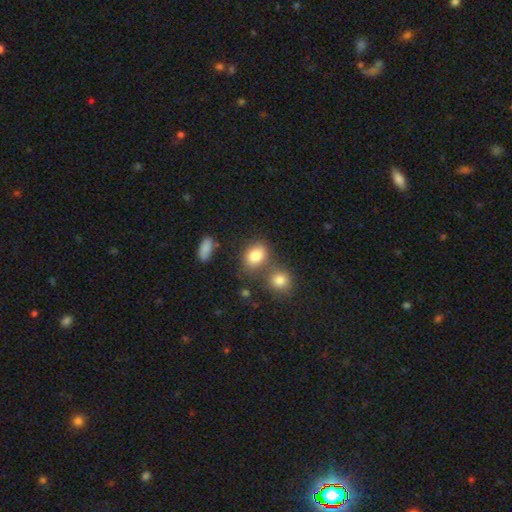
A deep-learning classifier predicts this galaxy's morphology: The model was most divided on "how rounded": in between: 64%, round: 34%, cigar-shaped: 1%. More confident: smooth or featured — smooth (82%); merging — none (56%).